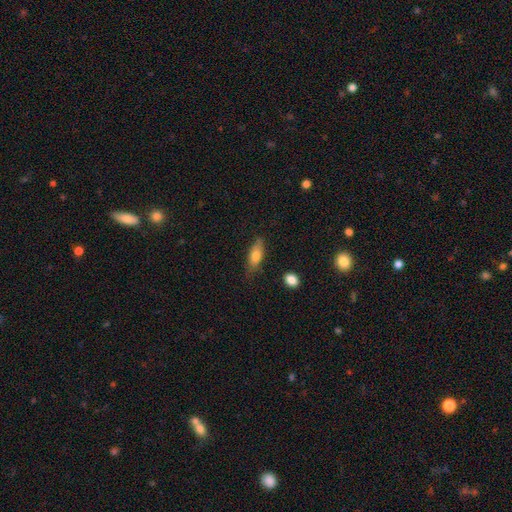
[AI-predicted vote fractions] Smooth or featured? smooth (73%)
How rounded? in between (70%)
Merging? none (69%)